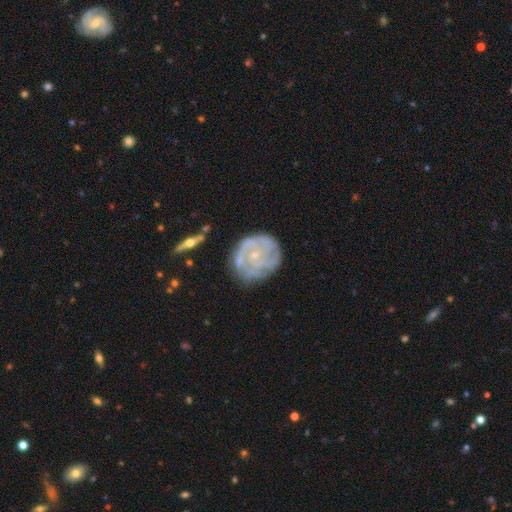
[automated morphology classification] A featured or disk galaxy (80%) with no bar (76%), tight (66%) spiral arms (90%) and a small central bulge (81%). Merging: none (68%).